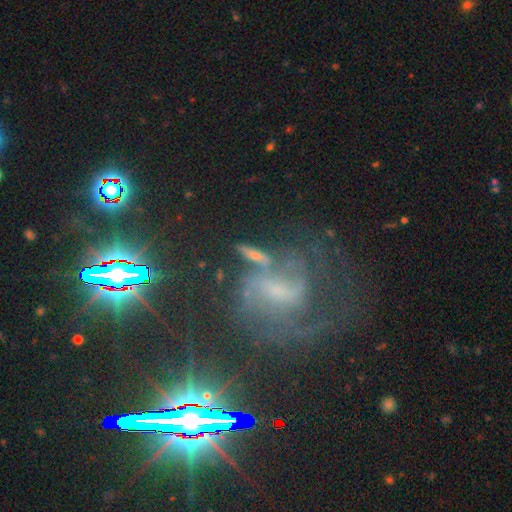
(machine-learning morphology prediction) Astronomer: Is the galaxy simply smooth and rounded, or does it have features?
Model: smooth — 41% (runner-up: featured or disk, 40%).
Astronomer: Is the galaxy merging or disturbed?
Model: none — 57%.